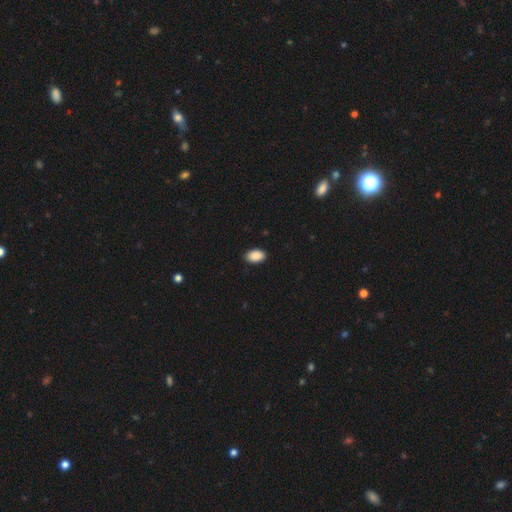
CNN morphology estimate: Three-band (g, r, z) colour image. It shows a smooth galaxy with no disk features (90%) that is in between round and cigar-shaped (92%). Merging: none (89%).